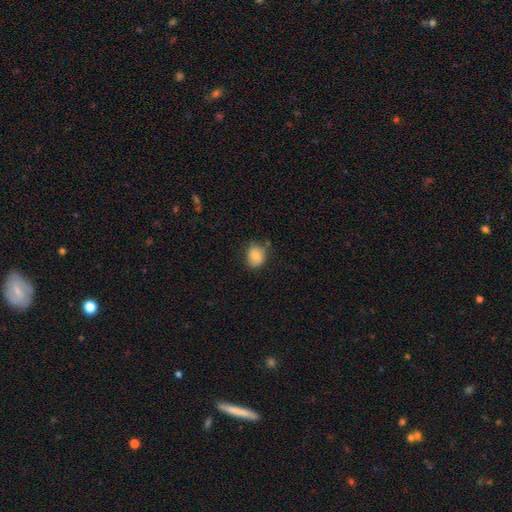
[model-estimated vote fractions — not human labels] smooth_or_featured: smooth (p=0.78) [alt: featured or disk p=0.13]
how_rounded: round (p=0.61) [alt: in between p=0.39]
merging: none (p=0.68) [alt: minor disturbance p=0.24]